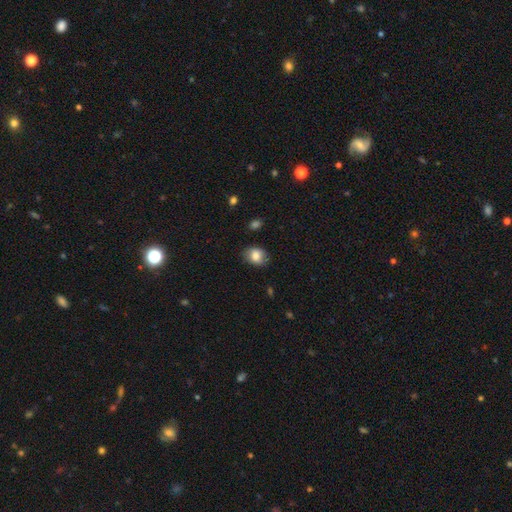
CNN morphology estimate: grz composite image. It shows a smooth galaxy with no disk features (82%) that is in between round and cigar-shaped (59%). Merging: none (80%).